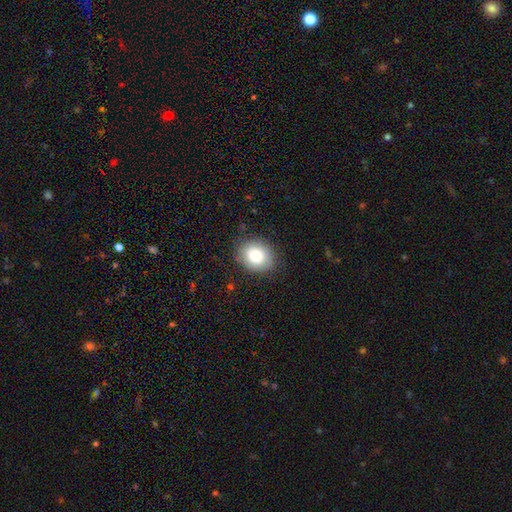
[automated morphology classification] Overall: smooth (79%). How rounded: in between (50%; round 49%). Merging: none (82%).